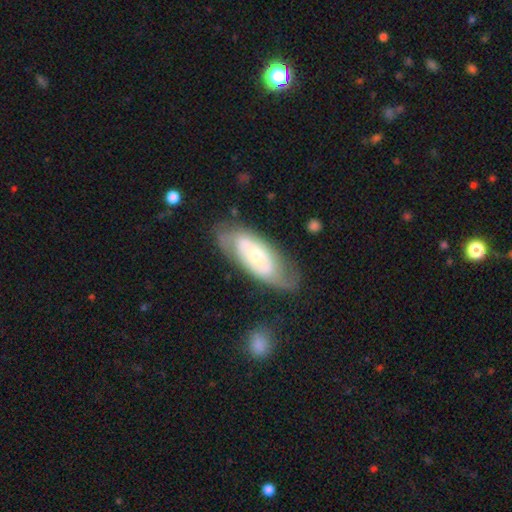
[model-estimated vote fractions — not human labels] Smooth or featured: featured or disk — 64% (smooth — 31%)
Edge-on disk: no — 88% (yes — 12%)
Bar: no — 76% (weak — 18%)
Spiral arms: yes — 60% (no — 40%)
Bulge size: moderate — 47% (small — 45%)
Merging: none — 64% (minor disturbance — 22%)